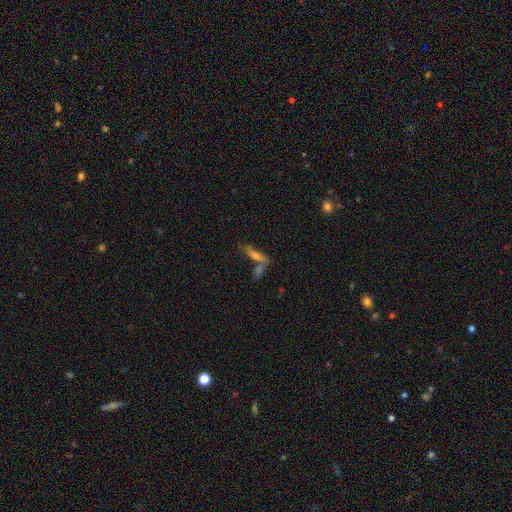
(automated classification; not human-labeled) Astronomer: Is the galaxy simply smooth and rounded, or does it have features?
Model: smooth — 55% (runner-up: featured or disk, 32%).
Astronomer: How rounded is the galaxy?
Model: cigar-shaped — 57% (runner-up: in between, 39%).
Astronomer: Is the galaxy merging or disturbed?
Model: merger — 42% (runner-up: none, 41%).